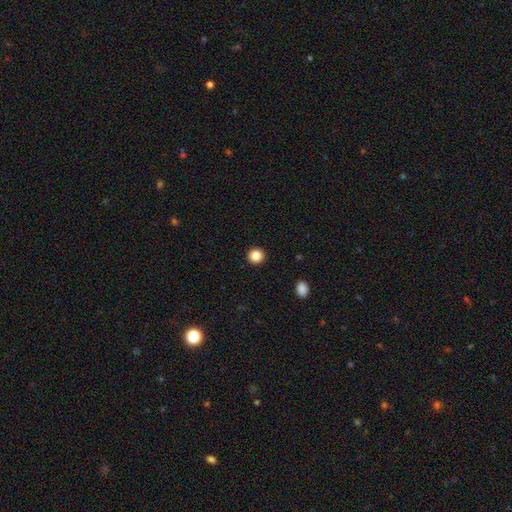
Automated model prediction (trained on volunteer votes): The model was most divided on "smooth or featured": smooth: 86%, star or artifact: 11%, featured or disk: 4%. More confident: how rounded — round (94%); merging — none (94%).